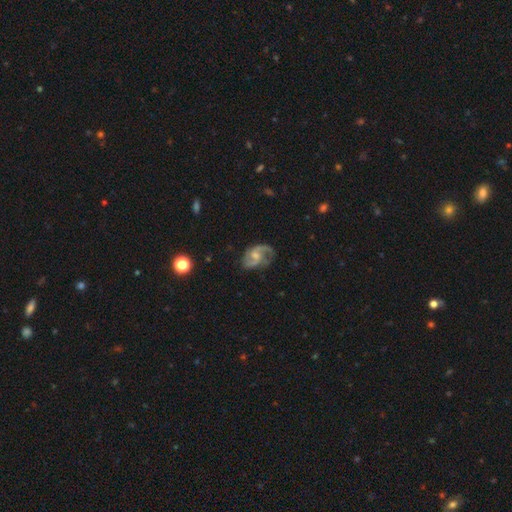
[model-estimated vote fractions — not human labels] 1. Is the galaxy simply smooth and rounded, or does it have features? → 85% featured or disk, 10% smooth, 6% star or artifact.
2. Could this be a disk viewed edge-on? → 98% no, 2% yes.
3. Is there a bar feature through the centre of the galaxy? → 49% weak, 42% no, 9% strong.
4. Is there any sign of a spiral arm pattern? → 96% yes, 4% no.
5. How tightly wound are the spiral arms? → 51% medium, 36% loose, 13% tight.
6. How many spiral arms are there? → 86% 2, 5% can't tell, 4% 1, 3% 3, 1% 4, 1% more than 4.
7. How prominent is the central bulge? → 40% moderate, 39% small, 16% none, 4% large, 1% dominant.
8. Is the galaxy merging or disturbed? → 67% none, 20% minor disturbance, 11% major disturbance, 2% merger.